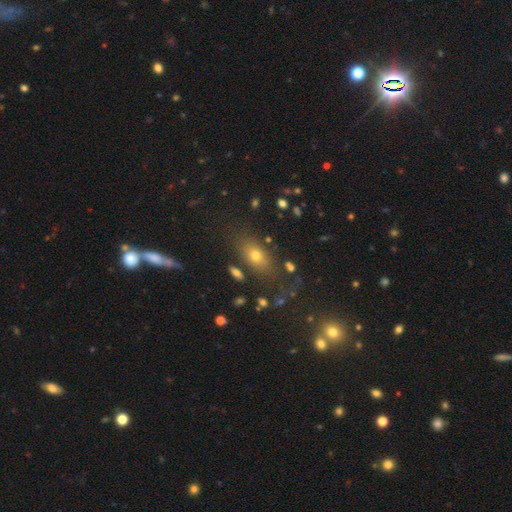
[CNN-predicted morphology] Smooth or featured: smooth — 68% (star or artifact — 17%)
How rounded: in between — 77% (round — 16%)
Merging: none — 75% (minor disturbance — 13%)